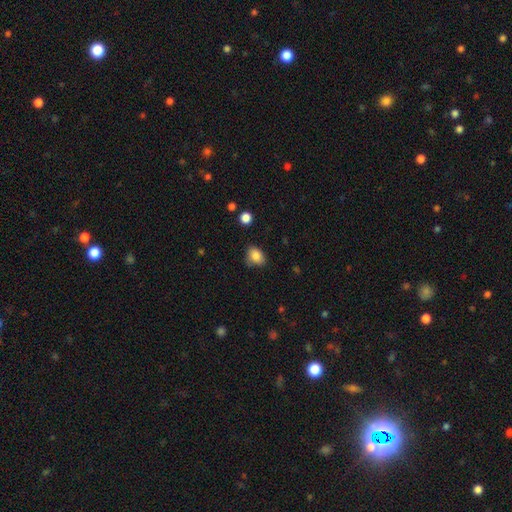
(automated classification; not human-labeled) smooth_or_featured: smooth (p=0.84) [alt: star or artifact p=0.09]
how_rounded: in between (p=0.70) [alt: round p=0.29]
merging: none (p=0.65) [alt: minor disturbance p=0.27]